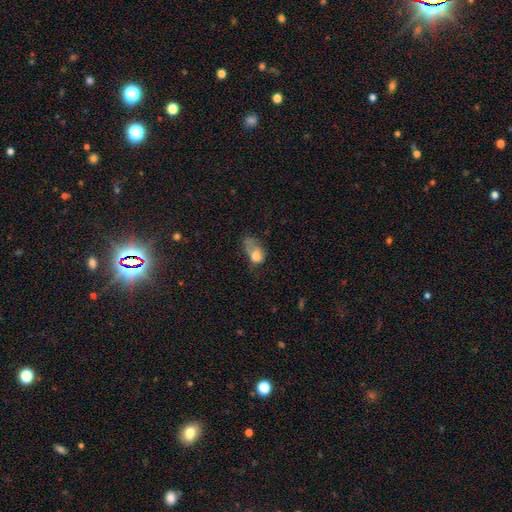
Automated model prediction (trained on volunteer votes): Q: Smooth or featured?
A: smooth (68%); runner-up: featured or disk (21%)
Q: How rounded?
A: in between (75%); runner-up: round (23%)
Q: Merging?
A: major disturbance (52%); runner-up: minor disturbance (23%)